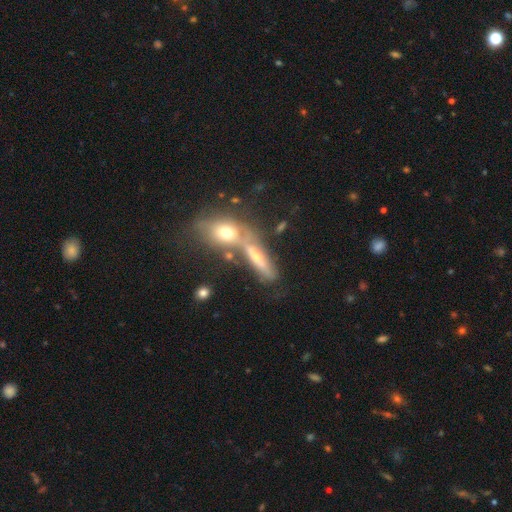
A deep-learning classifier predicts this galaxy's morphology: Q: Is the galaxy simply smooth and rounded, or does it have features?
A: featured or disk — 49%.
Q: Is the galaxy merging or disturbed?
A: none — 42%.